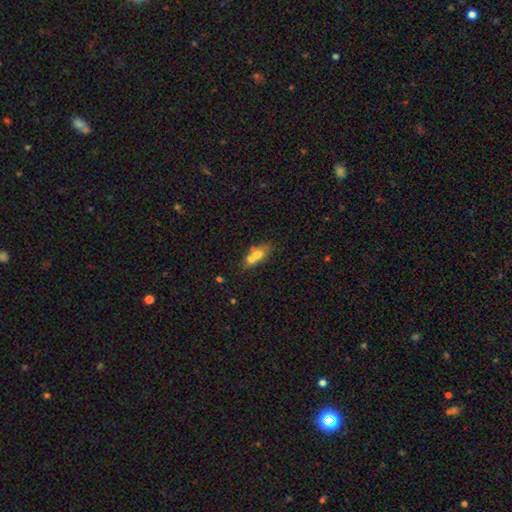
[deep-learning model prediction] smooth 61%, featured or disk 29%, star or artifact 10%. Down the decision tree: how rounded — in between (66%); merging — merger (57%).